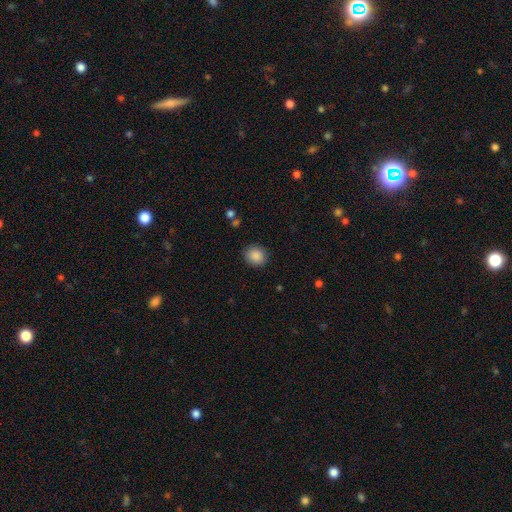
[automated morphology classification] Overall: smooth (88%). How rounded: round (82%). Merging: none (89%).